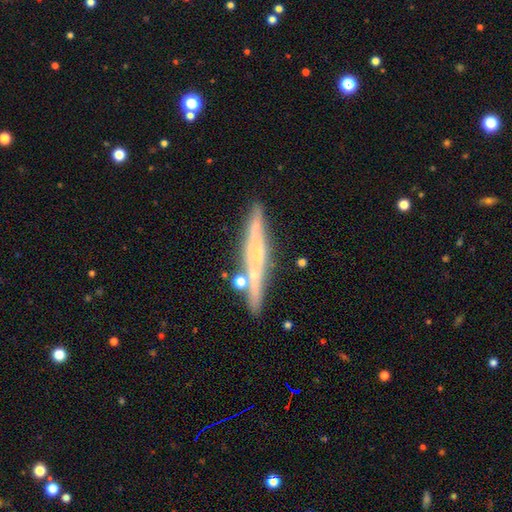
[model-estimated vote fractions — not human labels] smooth-or-featured: featured or disk: 63% | smooth: 30% | star or artifact: 7%
  disk-edge-on: yes: 95% | no: 5%
    edge-on-bulge: none: 47% | rounded: 43% | boxy: 11%
  merging: none: 81% | minor disturbance: 11% | merger: 6% | major disturbance: 2%